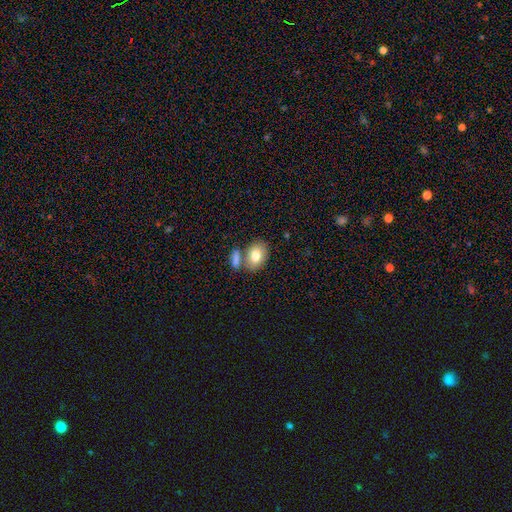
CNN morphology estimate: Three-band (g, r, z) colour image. It shows a smooth galaxy with no disk features (80%) that is in between round and cigar-shaped (79%). Merging: none (59%).